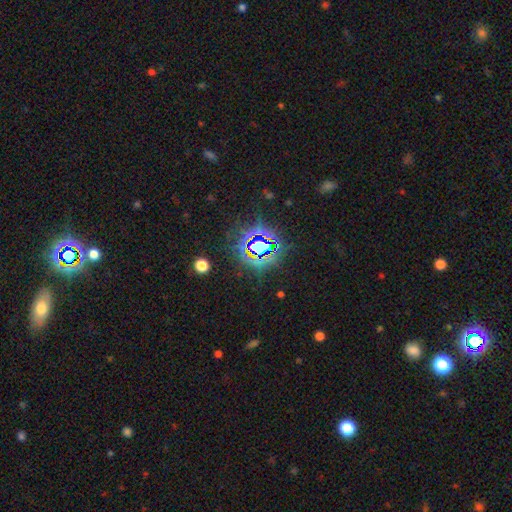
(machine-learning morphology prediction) smooth-or-featured: star or artifact: 80% | smooth: 11% | featured or disk: 9%